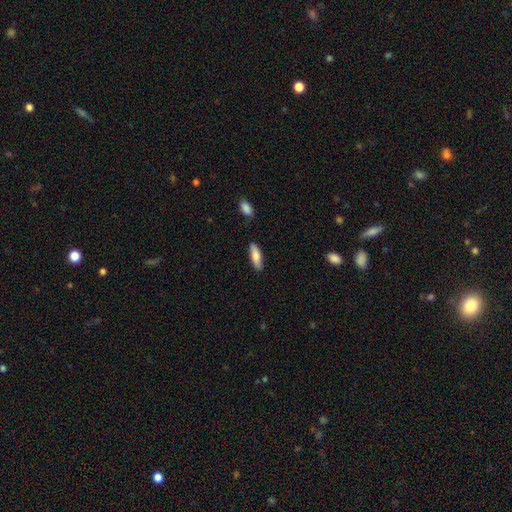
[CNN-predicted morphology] Smooth or featured: smooth — 79% (featured or disk — 15%)
How rounded: in between — 51% (cigar-shaped — 47%)
Merging: none — 83% (minor disturbance — 12%)